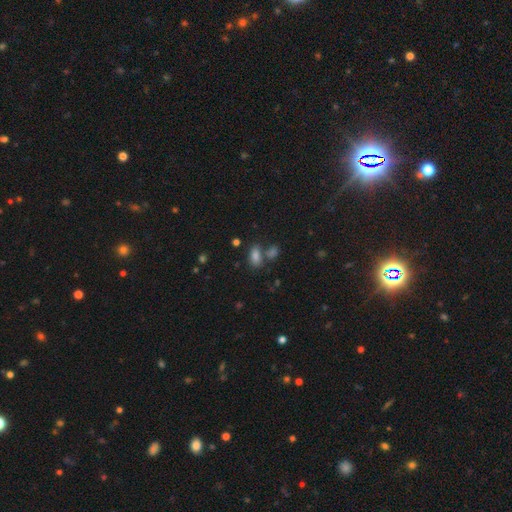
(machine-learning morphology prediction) Smooth or featured? Predicted: smooth (p=0.81). How rounded? Predicted: in between (p=0.88). Merging? Predicted: none (p=0.57).